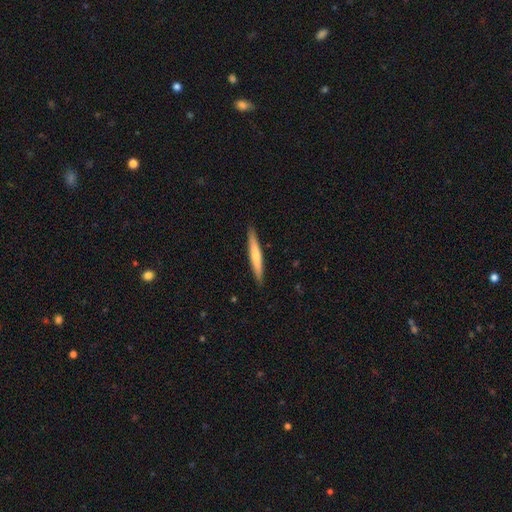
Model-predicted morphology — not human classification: This is possibly a smooth galaxy (59%). How rounded: clearly cigar-shaped (95%). Merging: clearly none (91%).